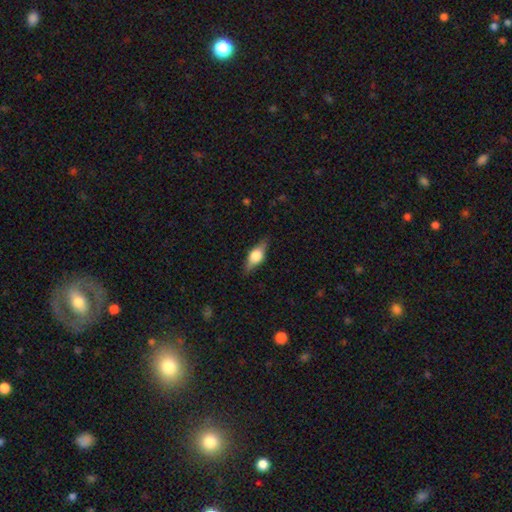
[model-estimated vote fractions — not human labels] Smooth or featured: featured or disk — 47% (smooth — 46%)
Merging: none — 83% (minor disturbance — 13%)